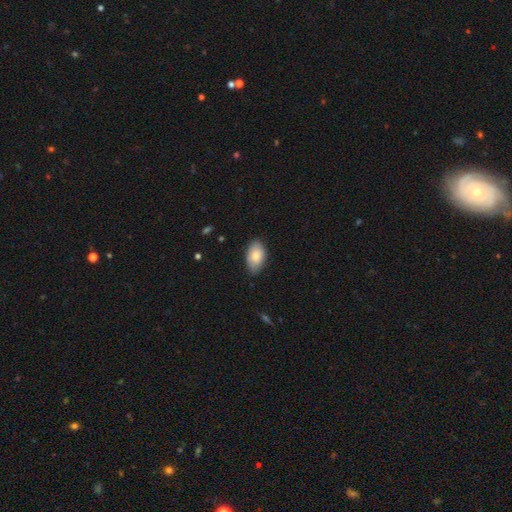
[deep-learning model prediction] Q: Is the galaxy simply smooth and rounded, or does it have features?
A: smooth — 82%.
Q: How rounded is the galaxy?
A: in between — 94%.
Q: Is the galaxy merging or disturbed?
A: none — 80%.